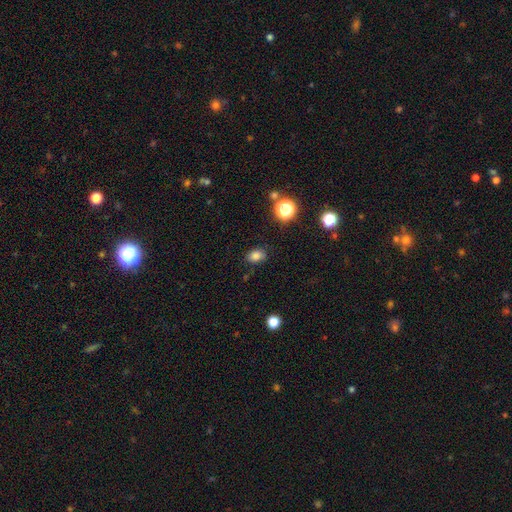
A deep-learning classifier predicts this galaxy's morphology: A smooth galaxy with no disk features (79%) that is in between round and cigar-shaped (71%). Merging: none (83%).